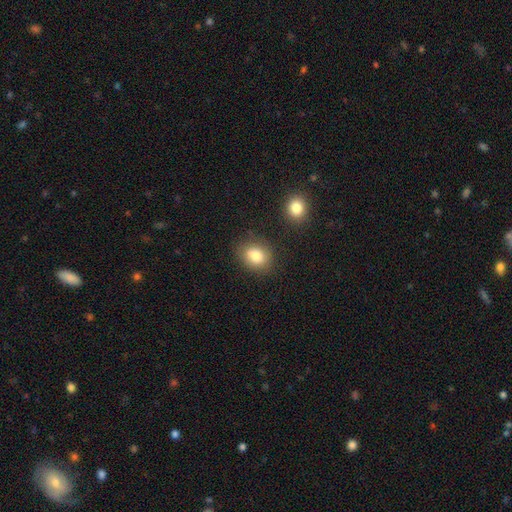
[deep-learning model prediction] smooth_or_featured: smooth (p=0.83) [alt: star or artifact p=0.09]
how_rounded: in between (p=0.52) [alt: round p=0.47]
merging: none (p=0.77) [alt: minor disturbance p=0.14]